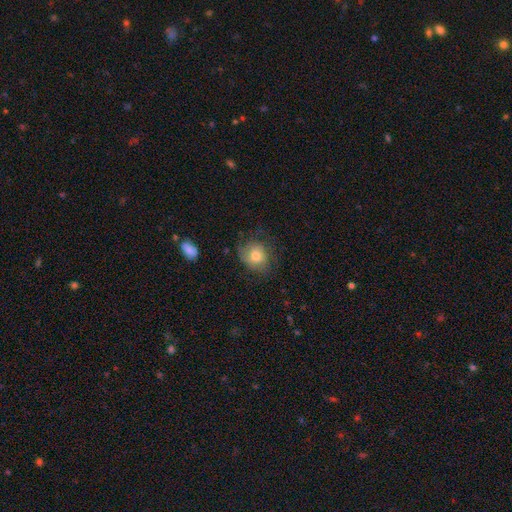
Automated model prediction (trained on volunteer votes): A smooth galaxy with no disk features (62%) that is round (66%). Merging: none (56%).